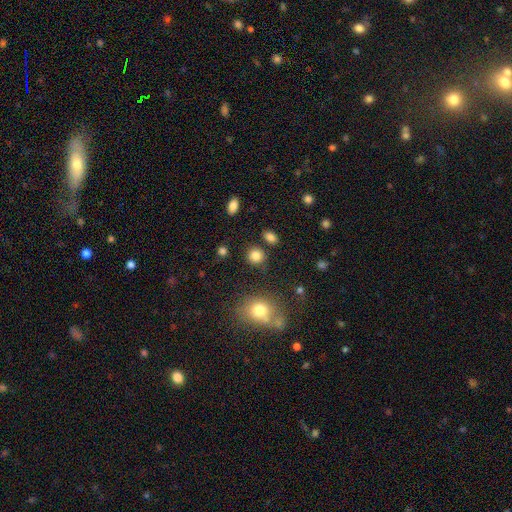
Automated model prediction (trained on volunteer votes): Morphology: type=smooth (83%); roundness=round (84%); merging=none (85%).